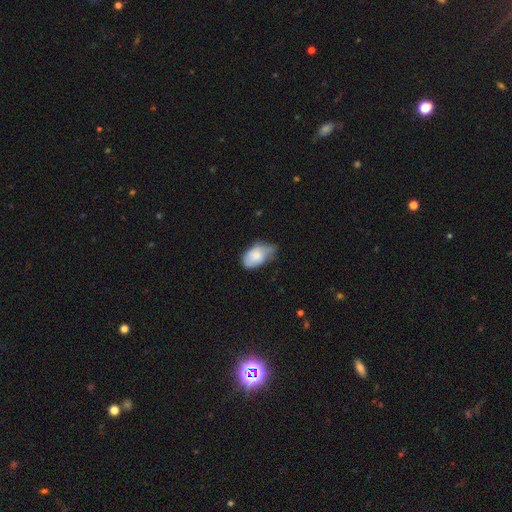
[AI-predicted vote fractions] smooth 70%, featured or disk 23%, star or artifact 7%. Down the decision tree: how rounded — in between (91%); merging — minor disturbance (49%).